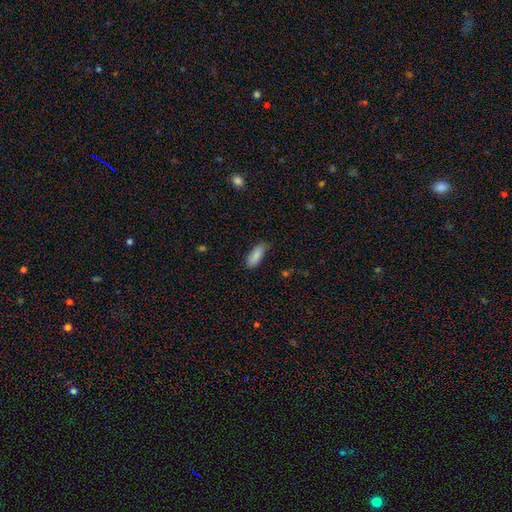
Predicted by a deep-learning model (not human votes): Smooth or featured? smooth (88%)
How rounded? in between (79%)
Merging? none (74%)